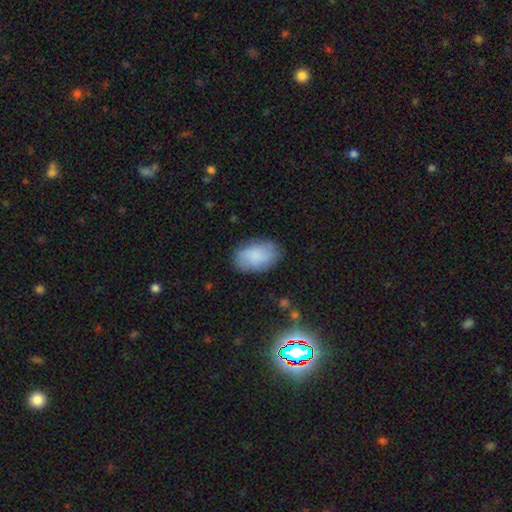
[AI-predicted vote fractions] This appears to be a smooth galaxy with no disk features (77%) that is in between round and cigar-shaped (90%). Merging: none (80%).